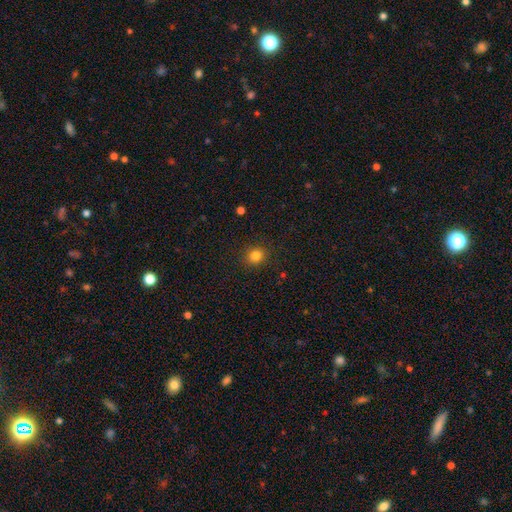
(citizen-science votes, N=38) Q: Smooth or featured?
A: smooth (87%); runner-up: featured or disk (8%)
Q: How rounded?
A: round (91%); runner-up: in between (6%)
Q: Merging?
A: none (92%); runner-up: minor disturbance (6%)